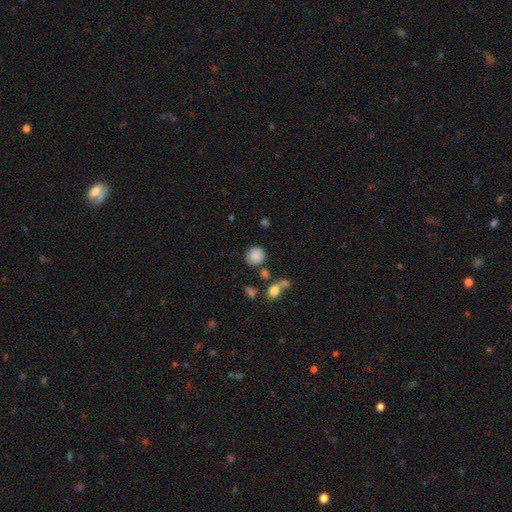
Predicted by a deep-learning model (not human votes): Q: Smooth or featured?
A: smooth (86%); runner-up: star or artifact (9%)
Q: How rounded?
A: round (88%); runner-up: in between (11%)
Q: Merging?
A: none (76%); runner-up: minor disturbance (12%)